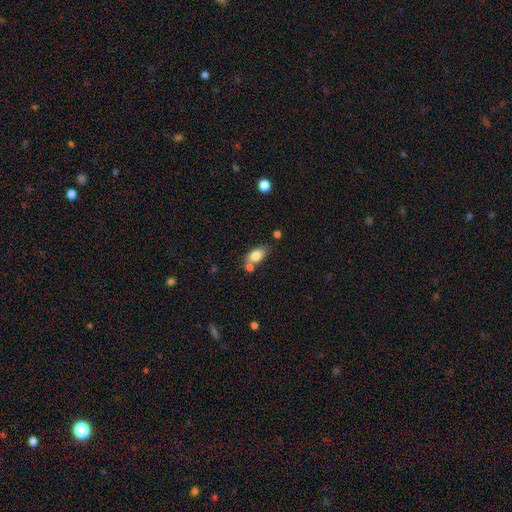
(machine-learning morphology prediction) Smooth or featured? smooth (80%)
How rounded? in between (86%)
Merging? none (55%)